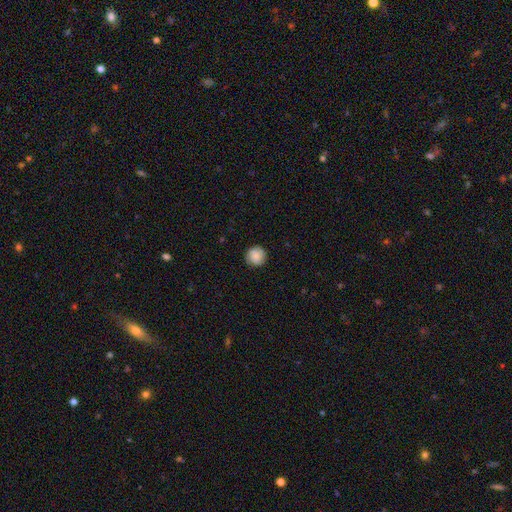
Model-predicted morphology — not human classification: Smooth or featured?
  - smooth: 82% *
  - featured or disk: 11%
  - star or artifact: 8%
How rounded?
  - round: 94% *
  - in between: 5%
  - cigar-shaped: 1%
Merging?
  - none: 87% *
  - minor disturbance: 10%
  - major disturbance: 2%
  - merger: 1%